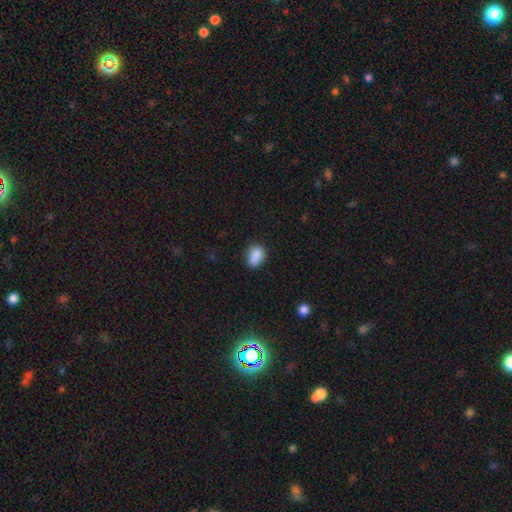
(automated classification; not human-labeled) smooth 87%, star or artifact 9%, featured or disk 5%. Down the decision tree: how rounded — in between (77%); merging — none (69%).